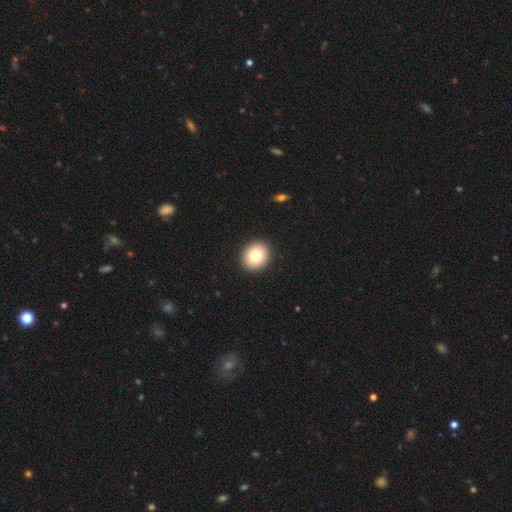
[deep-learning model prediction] Smooth or featured? Predicted: smooth (p=0.79). How rounded? Predicted: round (p=0.78). Merging? Predicted: none (p=0.93).